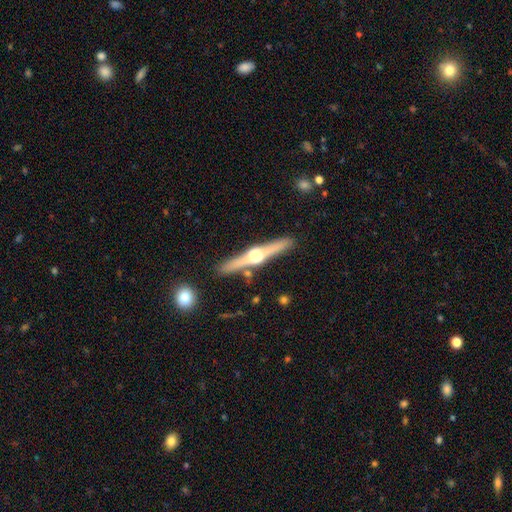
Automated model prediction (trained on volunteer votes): This appears to be a featured or disk galaxy (79%) viewed edge-on (98%) with a rounded central bulge (95%). Merging: none (88%).